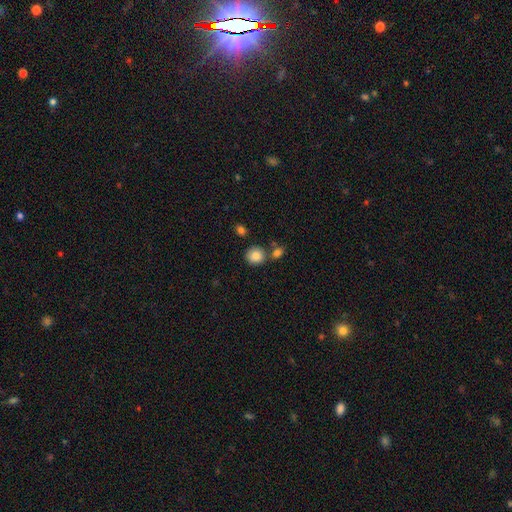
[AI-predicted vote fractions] A smooth galaxy with no disk features (86%) that is round (82%).

Vote fractions:
- Smooth or featured? smooth: 86% / star or artifact: 9% / featured or disk: 6%
- How rounded? round: 82% / in between: 17% / cigar-shaped: 1%
- Merging? none: 71% / merger: 16% / minor disturbance: 11% / major disturbance: 3%